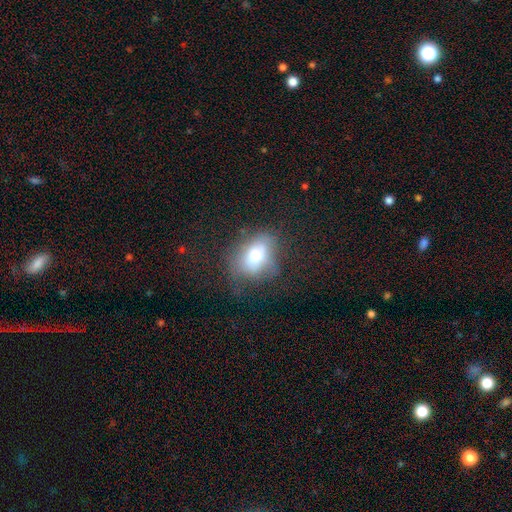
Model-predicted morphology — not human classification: Smooth or featured? smooth (66%)
How rounded? in between (73%)
Merging? none (49%)